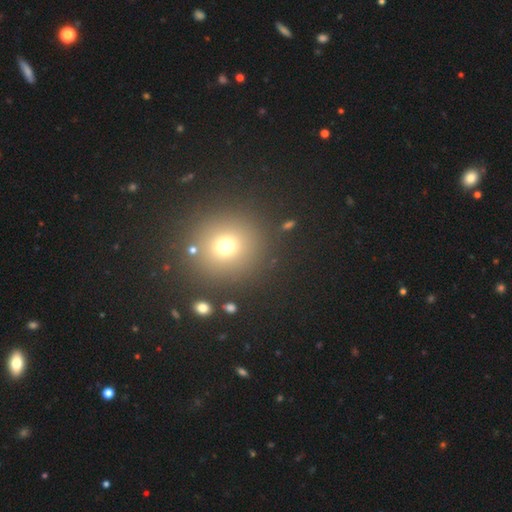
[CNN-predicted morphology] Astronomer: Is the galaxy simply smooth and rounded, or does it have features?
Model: smooth — 58% (runner-up: star or artifact, 34%).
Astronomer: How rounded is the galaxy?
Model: round — 92%.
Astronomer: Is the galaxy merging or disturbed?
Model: none — 90%.